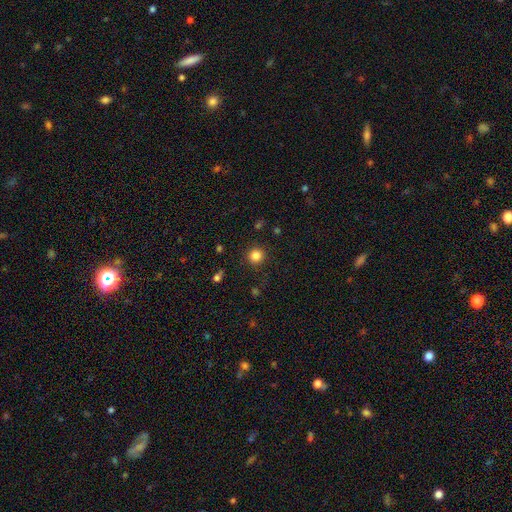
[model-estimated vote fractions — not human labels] The model was most divided on "smooth or featured": smooth: 84%, star or artifact: 12%, featured or disk: 4%. More confident: how rounded — round (94%); merging — none (89%).